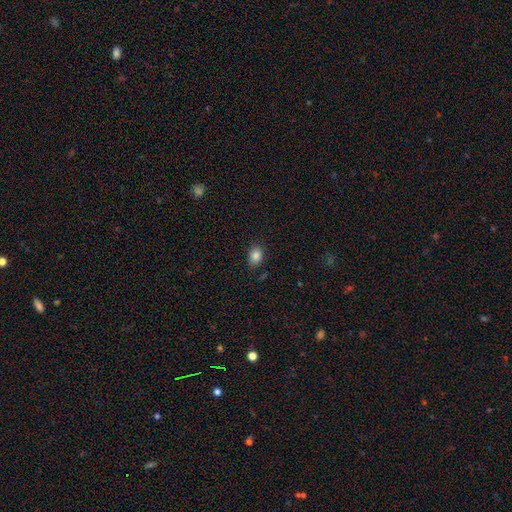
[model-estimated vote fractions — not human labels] smooth_or_featured: smooth (p=0.85) [alt: star or artifact p=0.10]
how_rounded: in between (p=0.71) [alt: round p=0.28]
merging: none (p=0.83) [alt: minor disturbance p=0.12]